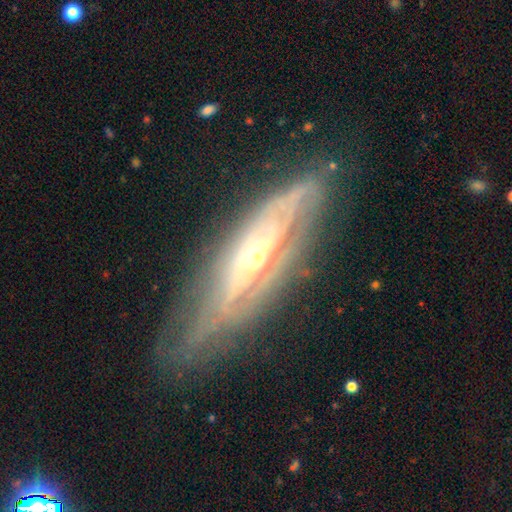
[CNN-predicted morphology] A featured or disk galaxy (82%).

Vote fractions:
- Smooth or featured? featured or disk: 82% / smooth: 11% / star or artifact: 7%
- Edge-on disk? no: 57% / yes: 43%
- Merging? none: 73% / minor disturbance: 18% / major disturbance: 7% / merger: 2%